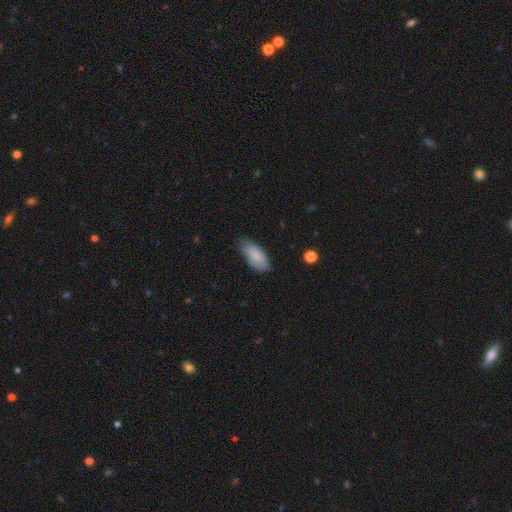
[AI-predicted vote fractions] This is clearly a smooth galaxy (81%). How rounded: clearly in between (91%). Merging: possibly none (57%).